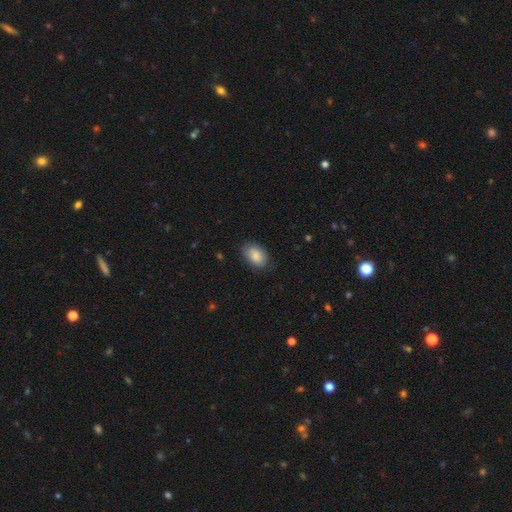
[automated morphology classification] Smooth or featured? smooth (86%)
How rounded? in between (87%)
Merging? none (82%)